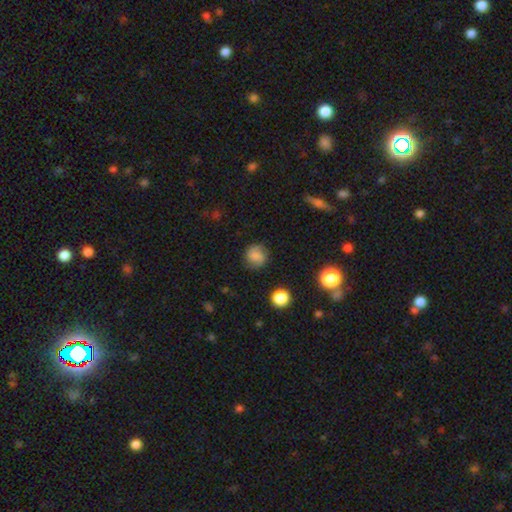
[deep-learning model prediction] Smooth or featured: smooth — 58% (featured or disk — 29%)
How rounded: round — 82% (in between — 16%)
Merging: none — 78% (minor disturbance — 15%)